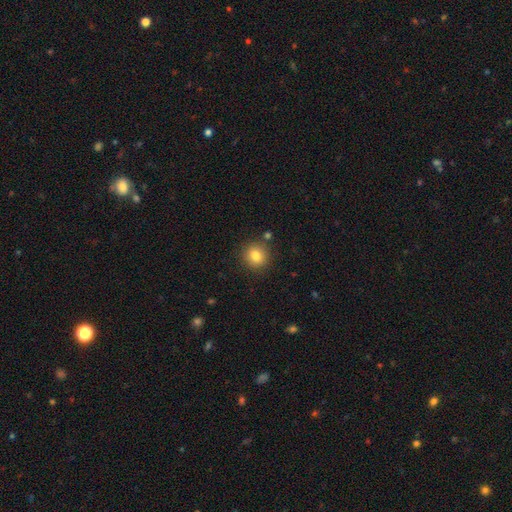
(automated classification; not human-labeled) This is clearly a smooth galaxy (82%). How rounded: clearly round (90%). Merging: clearly none (87%).